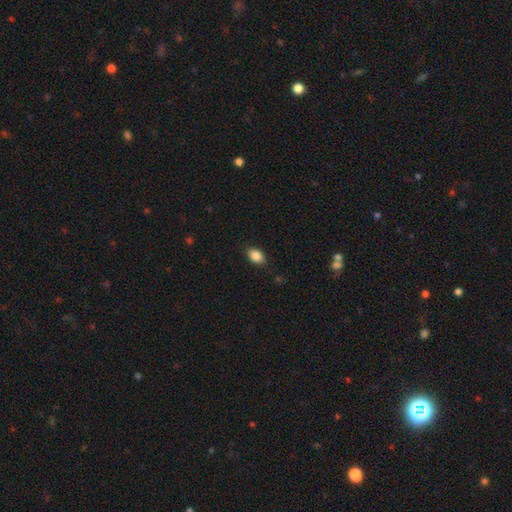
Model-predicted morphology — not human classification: smooth 87%, star or artifact 8%, featured or disk 5%. Down the decision tree: how rounded — in between (83%); merging — none (86%).